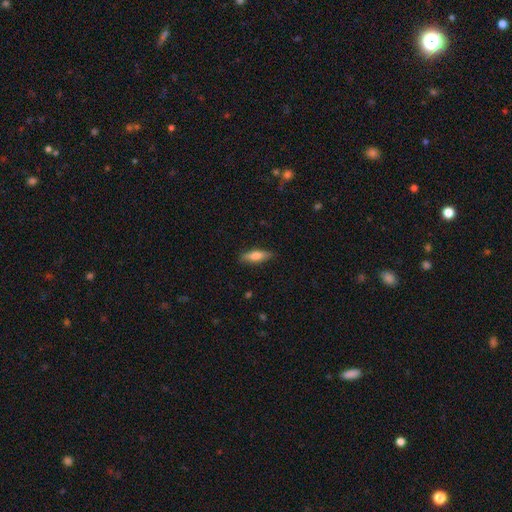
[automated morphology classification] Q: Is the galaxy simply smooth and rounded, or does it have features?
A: smooth — 70%.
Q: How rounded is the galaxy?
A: cigar-shaped — 52%.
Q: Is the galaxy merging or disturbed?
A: none — 85%.